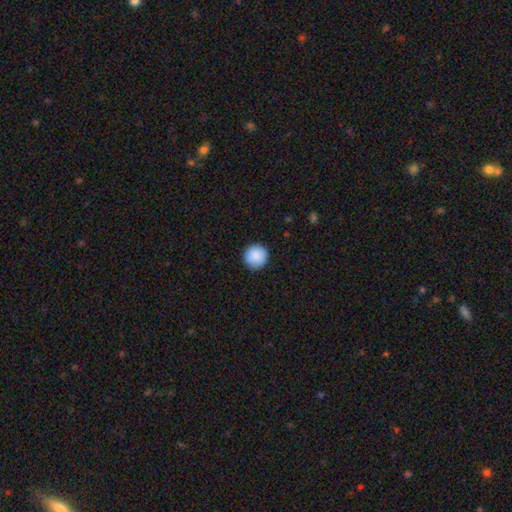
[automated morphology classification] smooth-or-featured: smooth: 90% | star or artifact: 7% | featured or disk: 3%
  how-rounded: round: 96% | in between: 3% | cigar-shaped: 1%
  merging: none: 91% | minor disturbance: 6% | major disturbance: 2% | merger: 1%